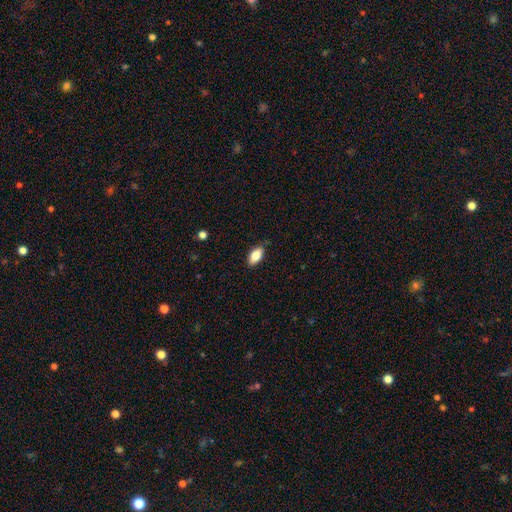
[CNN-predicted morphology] smooth 81%, featured or disk 12%, star or artifact 7%. Down the decision tree: how rounded — in between (91%); merging — none (85%).